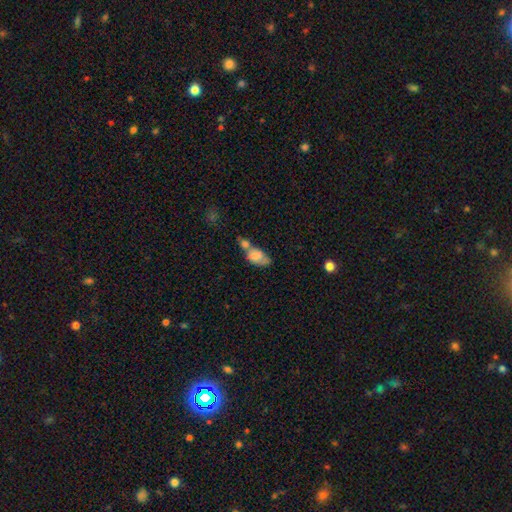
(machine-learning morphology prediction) Q: Smooth or featured?
A: smooth (69%); runner-up: featured or disk (23%)
Q: How rounded?
A: in between (90%); runner-up: round (6%)
Q: Merging?
A: merger (60%); runner-up: none (19%)